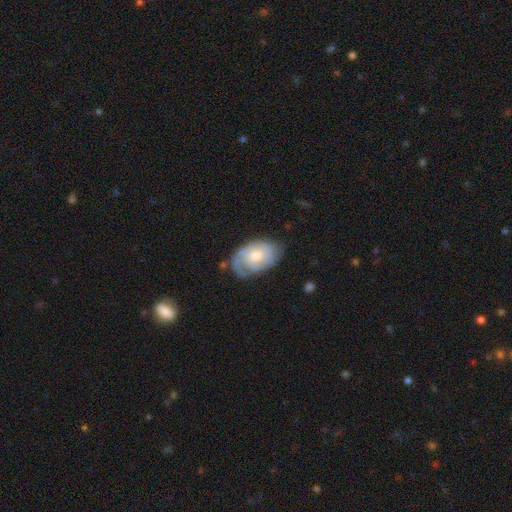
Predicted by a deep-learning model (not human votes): Morphology: type=featured or disk (61%); edge-on=no (96%); bar=no (71%); spiral arms=yes (83%); bulge=moderate (60%); merging=none (62%).